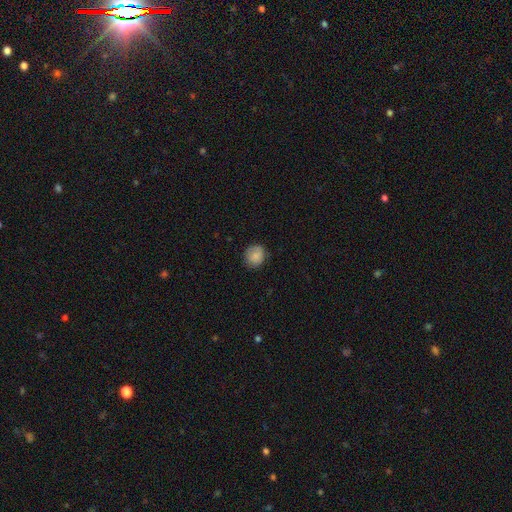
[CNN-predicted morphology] Overall: smooth (84%). How rounded: round (82%). Merging: none (82%).